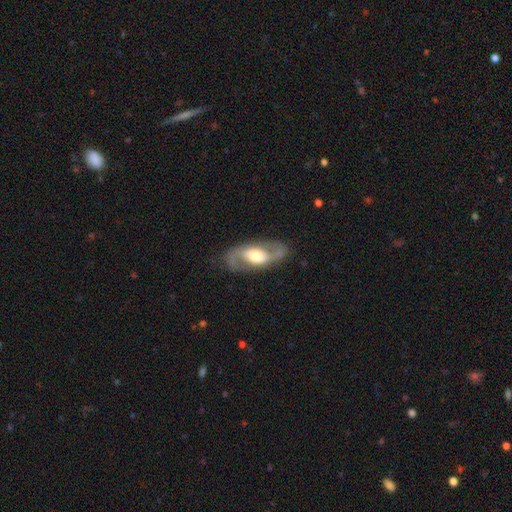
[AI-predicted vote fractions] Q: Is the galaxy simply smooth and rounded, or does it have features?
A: featured or disk — 81%.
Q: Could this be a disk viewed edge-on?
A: no — 93%.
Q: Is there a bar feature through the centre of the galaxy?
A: no — 45%.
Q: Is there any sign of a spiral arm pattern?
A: yes — 86%.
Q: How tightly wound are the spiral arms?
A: medium — 46%.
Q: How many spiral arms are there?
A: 2 — 92%.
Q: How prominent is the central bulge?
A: moderate — 64%.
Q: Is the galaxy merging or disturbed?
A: none — 81%.